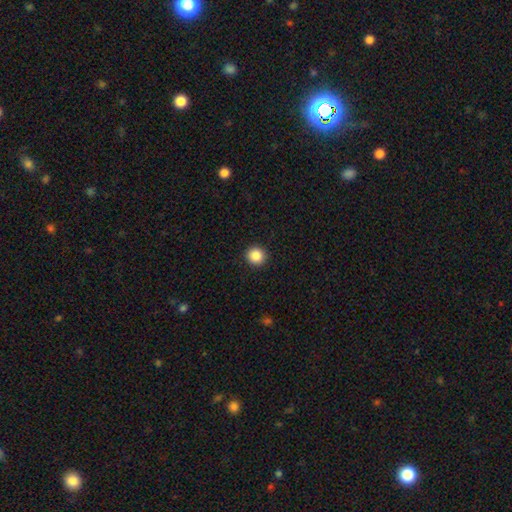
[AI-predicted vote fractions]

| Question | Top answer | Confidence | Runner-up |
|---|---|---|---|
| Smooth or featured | smooth | 87% | star or artifact (10%) |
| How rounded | round | 94% | in between (5%) |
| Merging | none | 93% | minor disturbance (4%) |